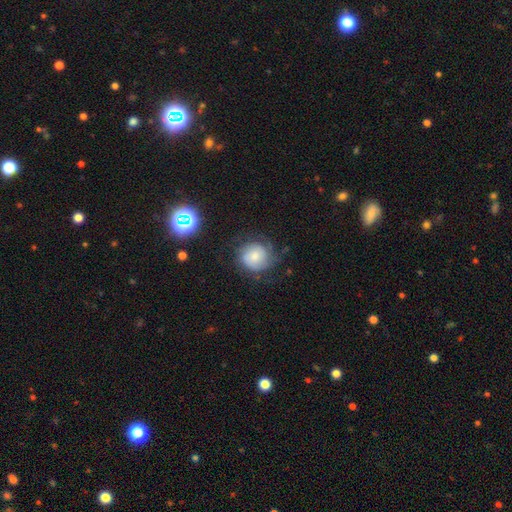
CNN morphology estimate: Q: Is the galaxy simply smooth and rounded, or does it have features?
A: featured or disk — 50%.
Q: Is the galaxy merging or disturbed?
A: none — 63%.